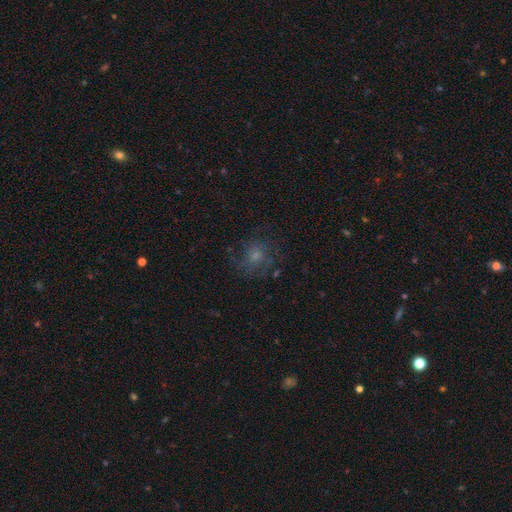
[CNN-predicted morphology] Q: Smooth or featured?
A: smooth (43%); runner-up: featured or disk (39%)
Q: Merging?
A: none (66%); runner-up: minor disturbance (18%)